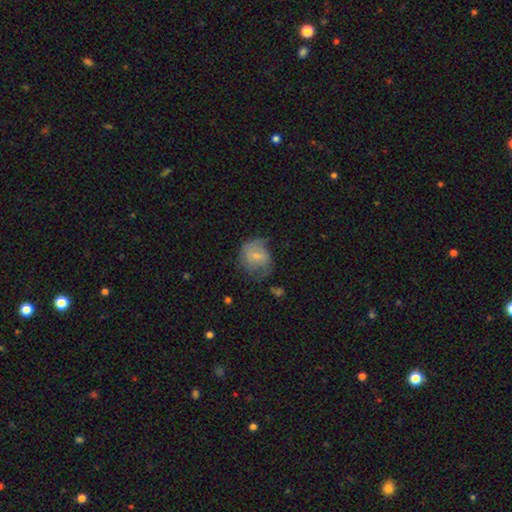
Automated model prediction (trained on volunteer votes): Q: Smooth or featured?
A: smooth (54%); runner-up: featured or disk (38%)
Q: How rounded?
A: round (69%); runner-up: in between (30%)
Q: Merging?
A: none (43%); runner-up: minor disturbance (32%)